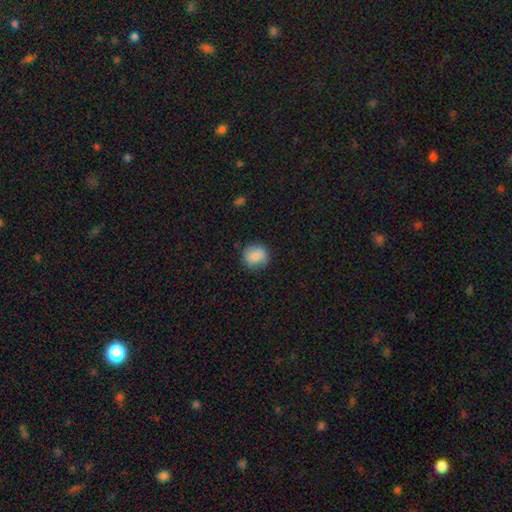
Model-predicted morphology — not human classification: Smooth or featured? Predicted: smooth (p=0.84). How rounded? Predicted: round (p=0.83). Merging? Predicted: none (p=0.79).